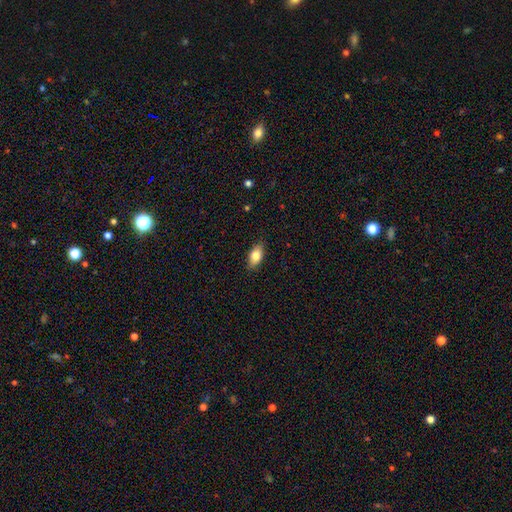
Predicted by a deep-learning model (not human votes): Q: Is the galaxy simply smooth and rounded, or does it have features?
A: smooth — 78%.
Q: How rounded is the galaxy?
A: in between — 87%.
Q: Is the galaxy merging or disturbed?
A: none — 86%.